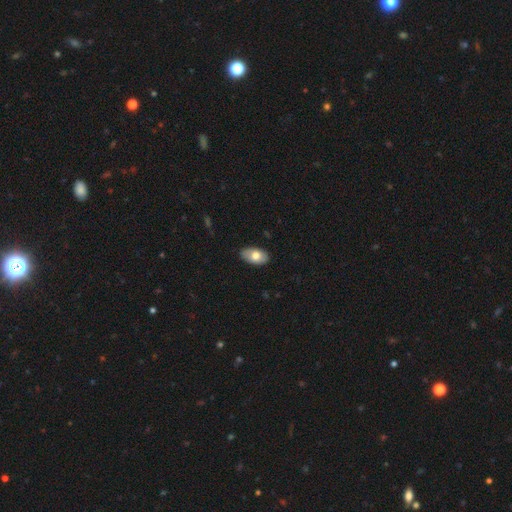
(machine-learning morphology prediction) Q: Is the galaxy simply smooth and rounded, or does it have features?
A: smooth — 72%.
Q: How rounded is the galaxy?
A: in between — 94%.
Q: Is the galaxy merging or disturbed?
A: none — 85%.